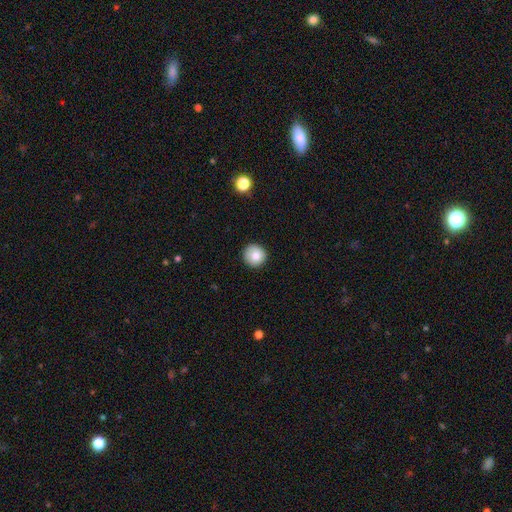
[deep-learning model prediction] Smooth or featured: smooth — 81% (featured or disk — 11%)
How rounded: round — 95% (in between — 4%)
Merging: none — 91% (minor disturbance — 7%)